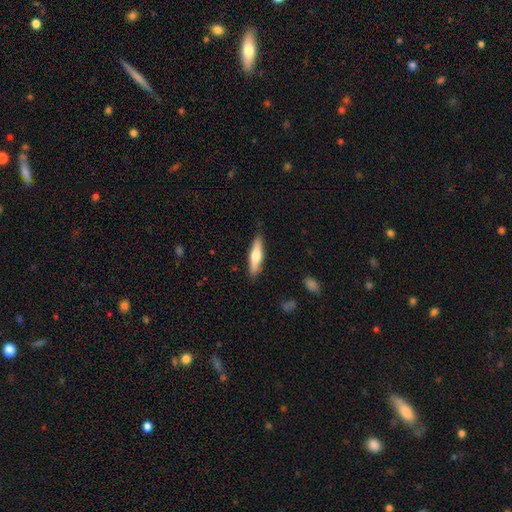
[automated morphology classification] smooth-or-featured: smooth: 56% | featured or disk: 38% | star or artifact: 5%
  how-rounded: cigar-shaped: 75% | in between: 23% | round: 2%
  merging: none: 87% | minor disturbance: 9% | major disturbance: 2% | merger: 1%